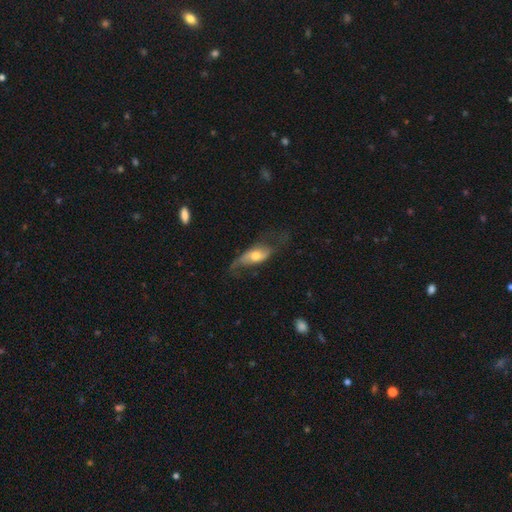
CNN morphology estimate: This appears to be a featured or disk galaxy (56%). Merging: none (45%).